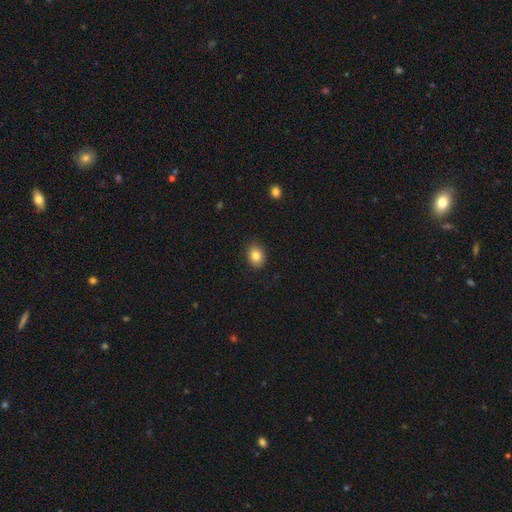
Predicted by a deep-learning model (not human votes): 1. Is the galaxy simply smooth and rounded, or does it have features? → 84% smooth, 9% star or artifact, 7% featured or disk.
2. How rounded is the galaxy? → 56% in between, 43% round, 1% cigar-shaped.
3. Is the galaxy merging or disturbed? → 87% none, 10% minor disturbance, 2% major disturbance, 1% merger.